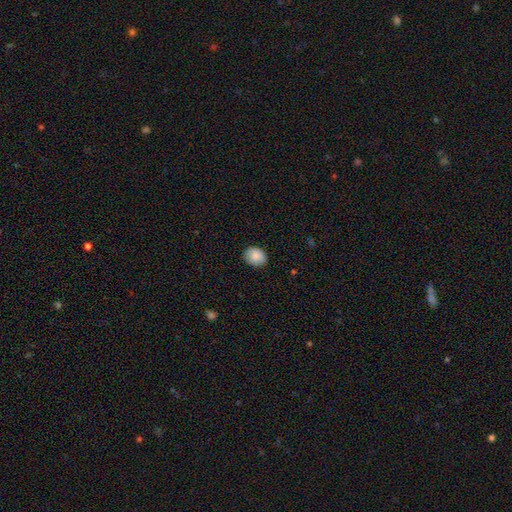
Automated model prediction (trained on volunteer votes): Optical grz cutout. It shows a smooth galaxy with no disk features (86%) that is in between round and cigar-shaped (55%). Merging: none (83%).